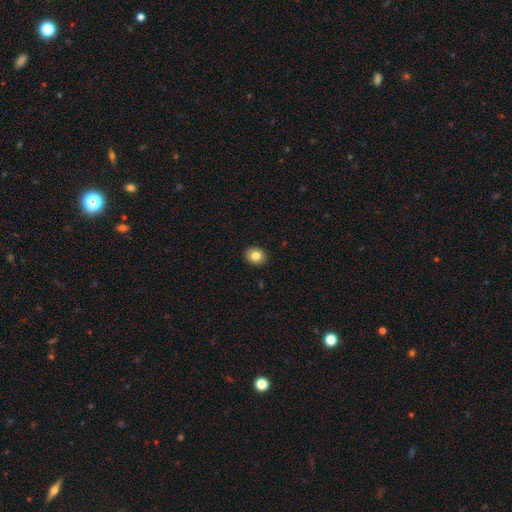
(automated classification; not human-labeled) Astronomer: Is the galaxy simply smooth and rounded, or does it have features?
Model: smooth — 82%.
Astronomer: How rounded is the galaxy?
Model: round — 56% (runner-up: in between, 43%).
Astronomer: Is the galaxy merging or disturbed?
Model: none — 91%.